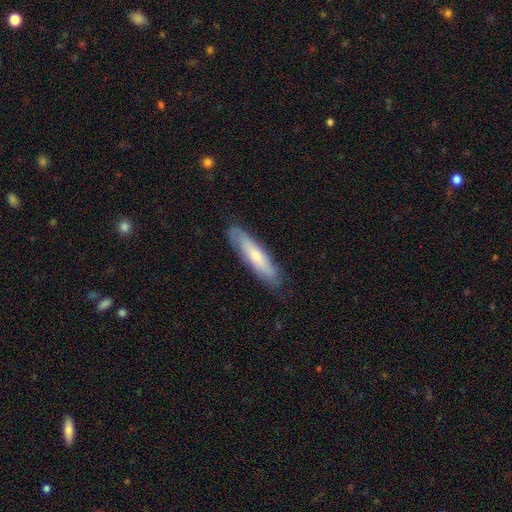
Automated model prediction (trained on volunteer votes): smooth_or_featured: smooth (p=0.62) [alt: featured or disk p=0.32]
how_rounded: cigar-shaped (p=0.82) [alt: in between p=0.17]
merging: none (p=0.84) [alt: minor disturbance p=0.13]